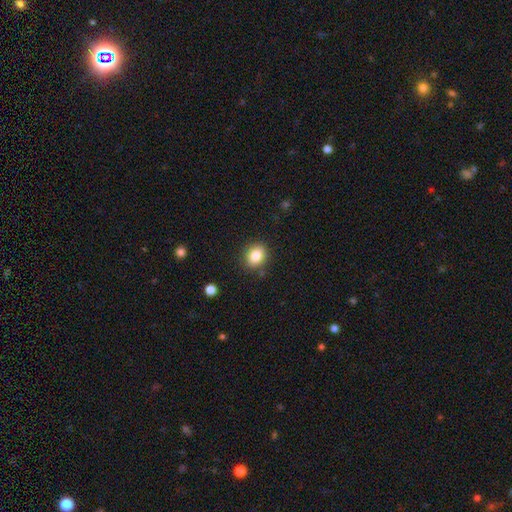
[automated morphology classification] Smooth or featured? Predicted: smooth (p=0.84). How rounded? Predicted: round (p=0.51). Merging? Predicted: none (p=0.86).